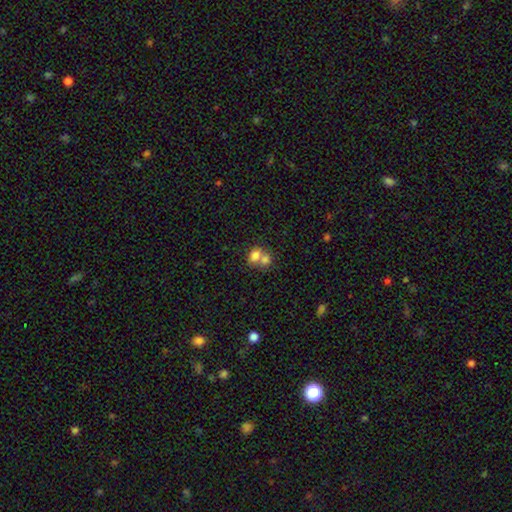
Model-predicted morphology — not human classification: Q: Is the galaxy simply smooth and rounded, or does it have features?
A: smooth — 73%.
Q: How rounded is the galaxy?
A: in between — 53%.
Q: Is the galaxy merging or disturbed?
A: merger — 64%.